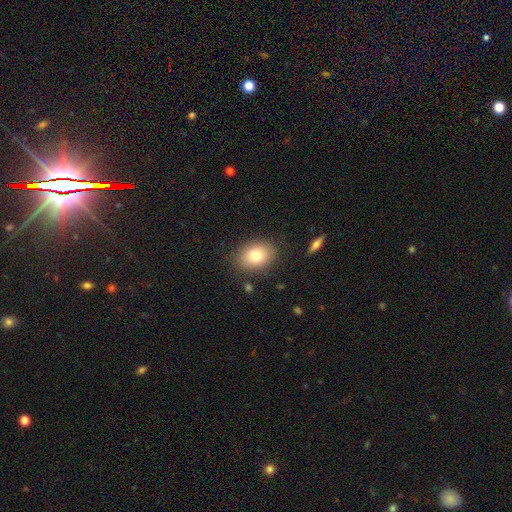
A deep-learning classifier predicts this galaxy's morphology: This appears to be a smooth galaxy with no disk features (80%) that is in between round and cigar-shaped (71%). Merging: none (84%).